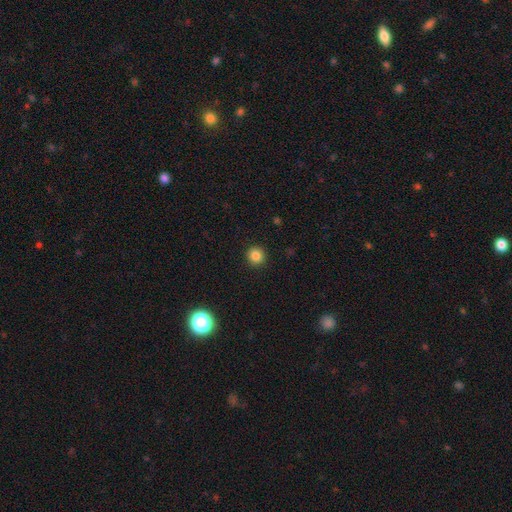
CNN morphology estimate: Q: Smooth or featured?
A: smooth (84%); runner-up: star or artifact (12%)
Q: How rounded?
A: round (94%); runner-up: in between (5%)
Q: Merging?
A: none (92%); runner-up: minor disturbance (5%)